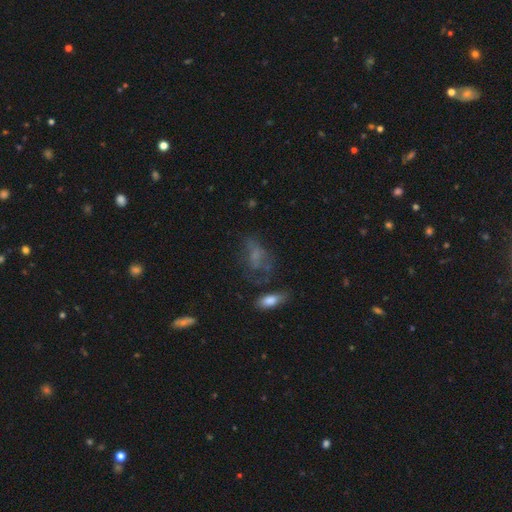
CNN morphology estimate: smooth-or-featured: smooth: 46% | featured or disk: 35% | star or artifact: 19%
  merging: none: 43% | major disturbance: 26% | minor disturbance: 23% | merger: 8%